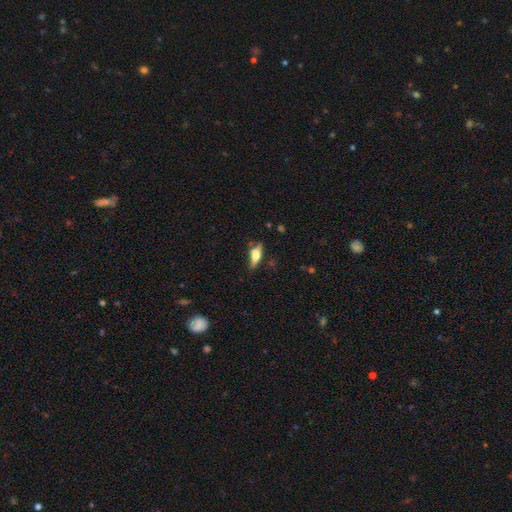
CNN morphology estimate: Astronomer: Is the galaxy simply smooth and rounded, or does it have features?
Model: smooth — 49% (runner-up: featured or disk, 42%).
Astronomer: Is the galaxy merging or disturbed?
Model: none — 65%.